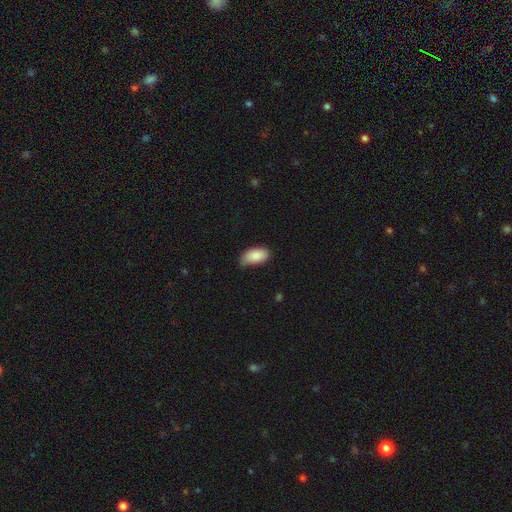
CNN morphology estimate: This is clearly a smooth galaxy (88%). How rounded: clearly in between (94%). Merging: likely none (62%).